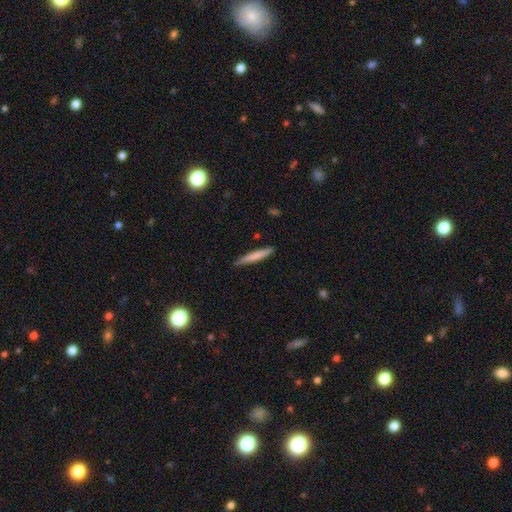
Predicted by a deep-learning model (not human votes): A smooth galaxy with no disk features (72%) that is cigar-shaped (95%). Merging: none (85%).